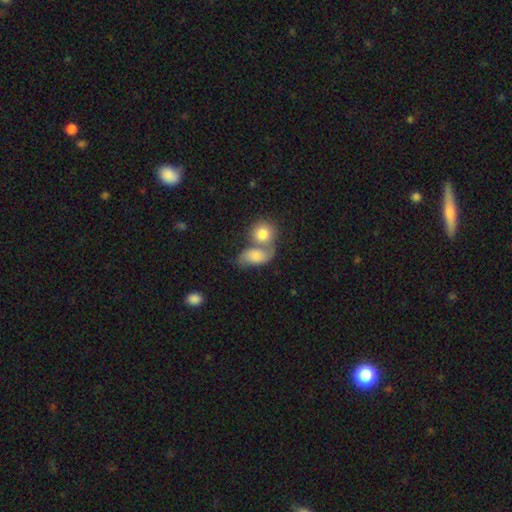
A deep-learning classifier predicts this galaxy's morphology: smooth 65%, featured or disk 27%, star or artifact 8%. Down the decision tree: how rounded — in between (77%); merging — merger (58%).